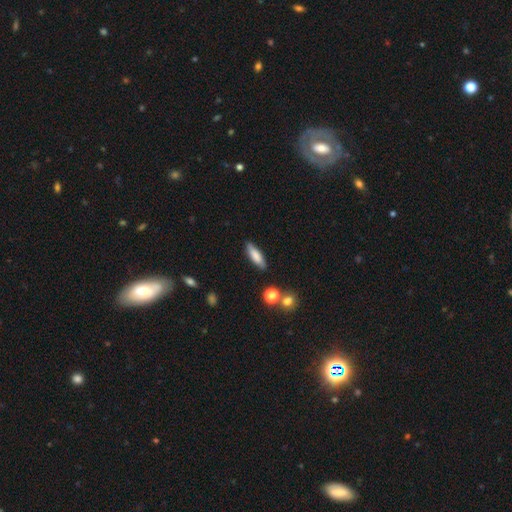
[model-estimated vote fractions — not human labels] Smooth or featured?
  - smooth: 78% *
  - featured or disk: 15%
  - star or artifact: 7%
How rounded?
  - cigar-shaped: 53% *
  - in between: 45%
  - round: 2%
Merging?
  - none: 82% *
  - minor disturbance: 12%
  - major disturbance: 3%
  - merger: 3%